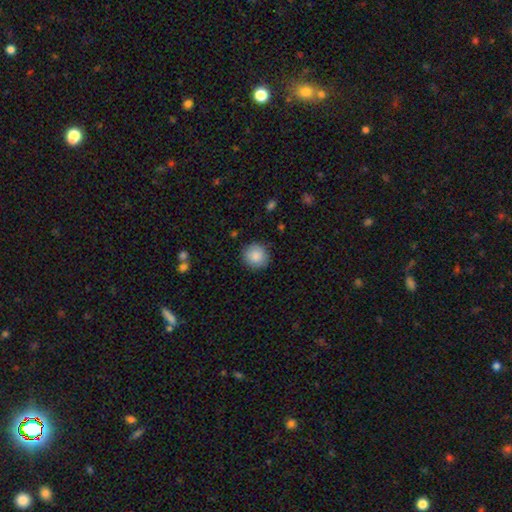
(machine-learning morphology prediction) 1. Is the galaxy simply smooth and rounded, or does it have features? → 87% smooth, 8% star or artifact, 5% featured or disk.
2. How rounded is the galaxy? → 91% round, 8% in between, 1% cigar-shaped.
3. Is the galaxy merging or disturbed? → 88% none, 9% minor disturbance, 2% major disturbance, 1% merger.